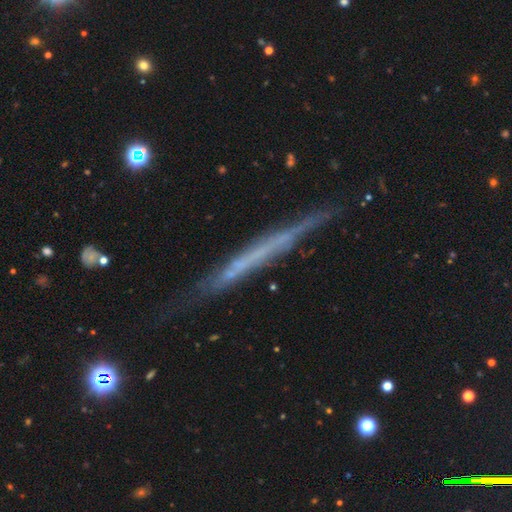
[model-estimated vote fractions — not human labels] Smooth or featured? Predicted: featured or disk (p=0.64). Edge-on disk? Predicted: yes (p=0.95). Edge-on bulge? Predicted: none (p=0.90). Merging? Predicted: none (p=0.79).